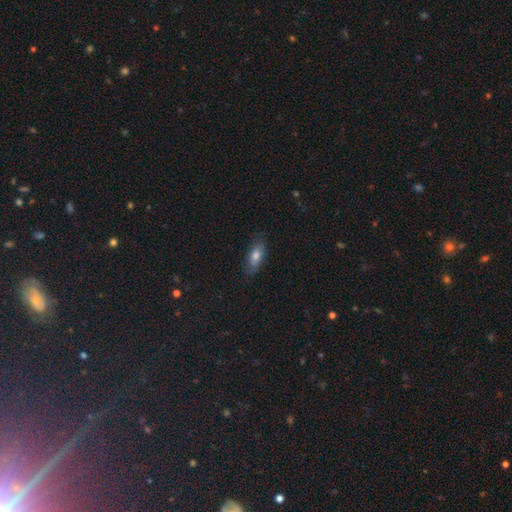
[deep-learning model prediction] This appears to be a smooth galaxy with no disk features (73%) that is in between round and cigar-shaped (82%). Merging: none (76%).